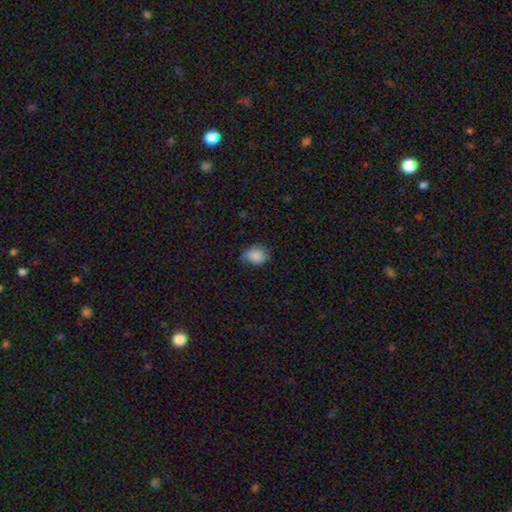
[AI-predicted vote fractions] Smooth or featured? Predicted: smooth (p=0.86). How rounded? Predicted: round (p=0.58). Merging? Predicted: none (p=0.54).